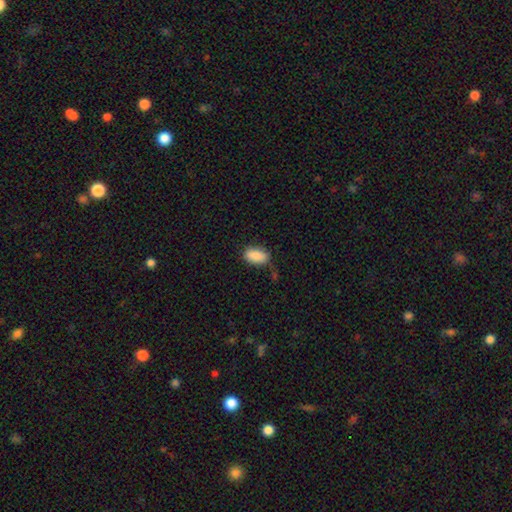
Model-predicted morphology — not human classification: A smooth galaxy with no disk features (89%) that is in between round and cigar-shaped (92%).

Vote fractions:
- Smooth or featured? smooth: 89% / star or artifact: 7% / featured or disk: 4%
- How rounded? in between: 92% / round: 5% / cigar-shaped: 4%
- Merging? none: 71% / minor disturbance: 22% / major disturbance: 5% / merger: 3%